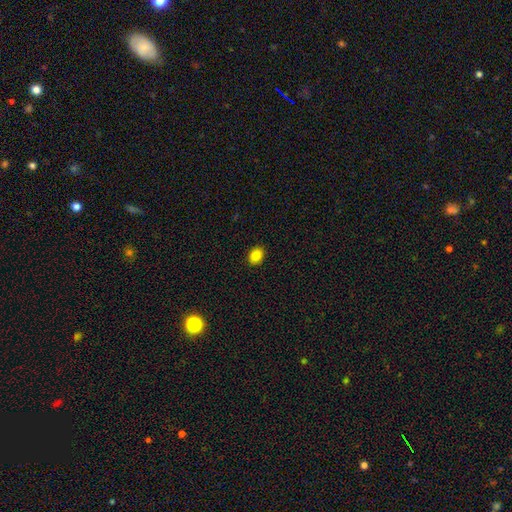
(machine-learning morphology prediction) Smooth or featured?
  - smooth: 84% *
  - star or artifact: 10%
  - featured or disk: 6%
How rounded?
  - in between: 65% *
  - round: 34%
  - cigar-shaped: 1%
Merging?
  - none: 90% *
  - minor disturbance: 7%
  - major disturbance: 2%
  - merger: 1%